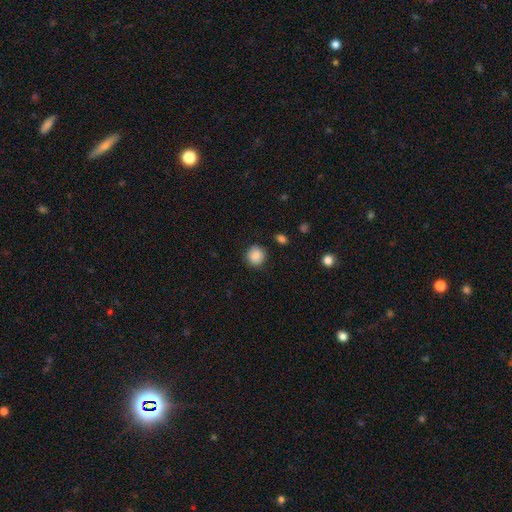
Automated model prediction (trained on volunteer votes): Morphology: type=smooth (88%); roundness=round (89%); merging=none (88%).